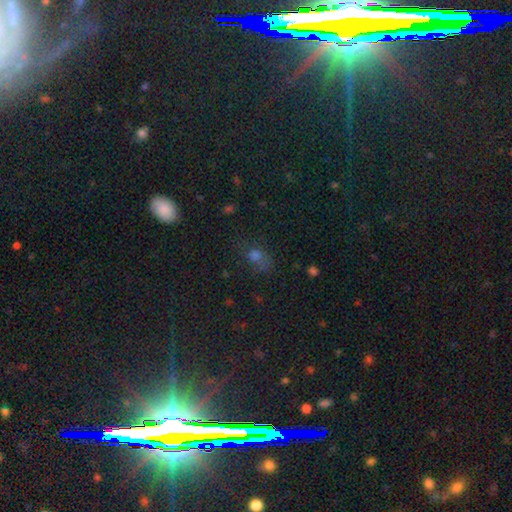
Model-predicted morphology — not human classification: Q: Smooth or featured?
A: smooth (58%); runner-up: star or artifact (30%)
Q: How rounded?
A: in between (51%); runner-up: round (46%)
Q: Merging?
A: none (54%); runner-up: minor disturbance (23%)